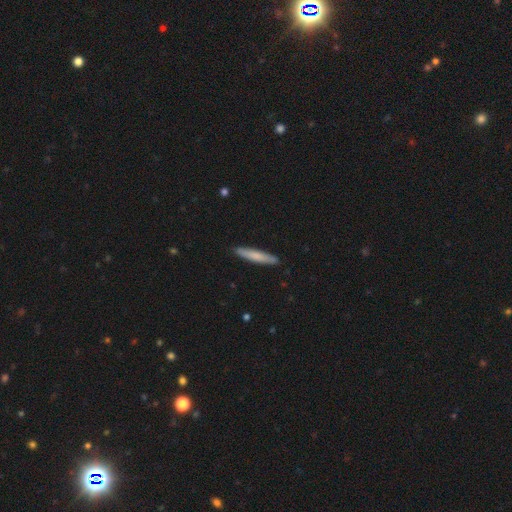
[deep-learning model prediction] The model was most divided on "smooth or featured": smooth: 73%, featured or disk: 22%, star or artifact: 5%. More confident: how rounded — cigar-shaped (93%); merging — none (90%).